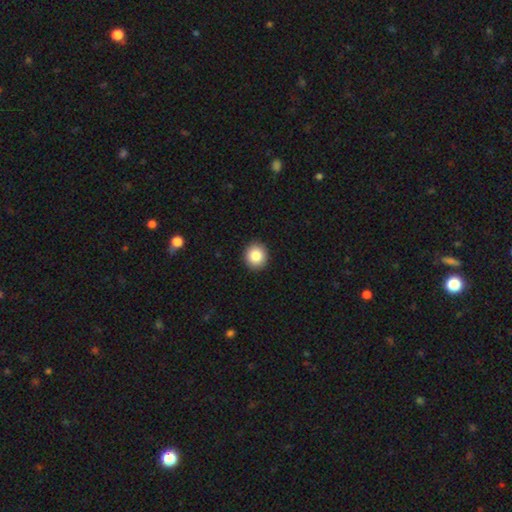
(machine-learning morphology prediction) Smooth or featured? Predicted: smooth (p=0.85). How rounded? Predicted: round (p=0.87). Merging? Predicted: none (p=0.93).